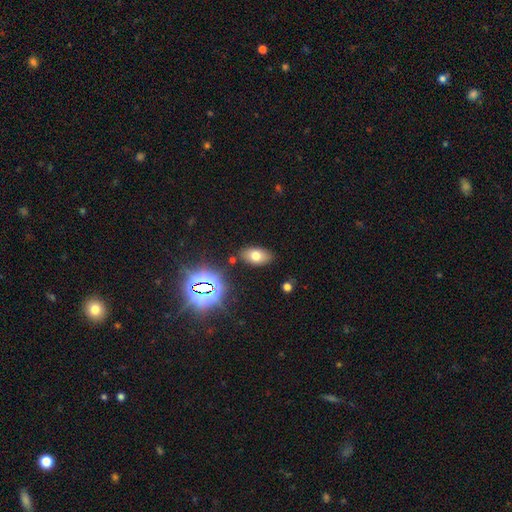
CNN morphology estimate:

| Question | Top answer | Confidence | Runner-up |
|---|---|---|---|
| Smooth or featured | smooth | 69% | star or artifact (17%) |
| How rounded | in between | 90% | round (8%) |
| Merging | none | 84% | minor disturbance (10%) |